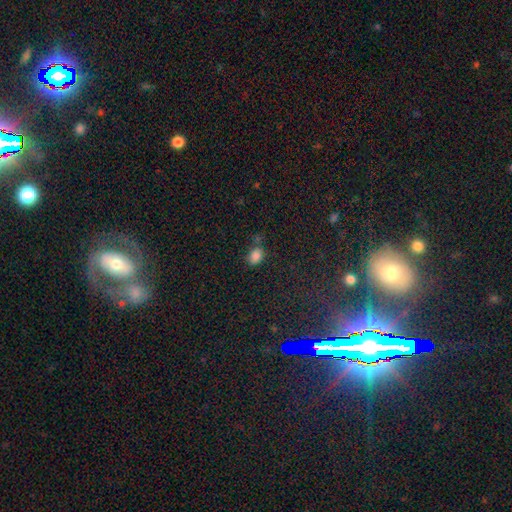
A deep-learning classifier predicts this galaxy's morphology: Overall: smooth (82%). How rounded: in between (68%; round 30%). Merging: none (59%; minor disturbance 24%).